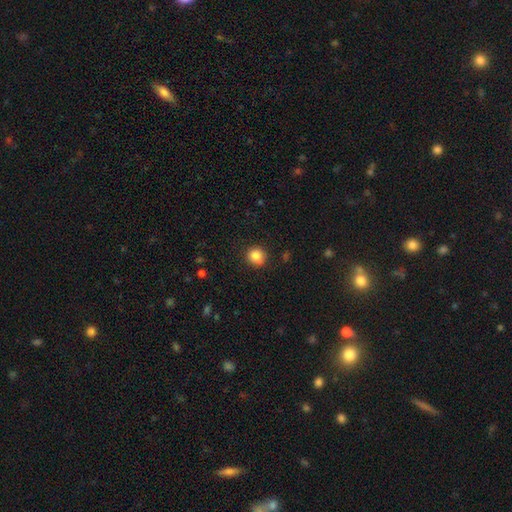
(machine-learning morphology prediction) Smooth or featured? Predicted: smooth (p=0.85). How rounded? Predicted: round (p=0.90). Merging? Predicted: none (p=0.88).